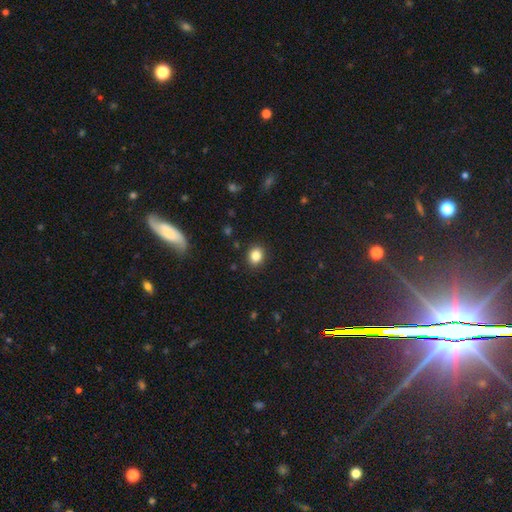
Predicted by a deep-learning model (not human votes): A smooth galaxy with no disk features (84%) that is round (65%).

Vote fractions:
- Smooth or featured? smooth: 84% / star or artifact: 11% / featured or disk: 6%
- How rounded? round: 65% / in between: 35% / cigar-shaped: 1%
- Merging? none: 90% / minor disturbance: 7% / major disturbance: 2% / merger: 1%